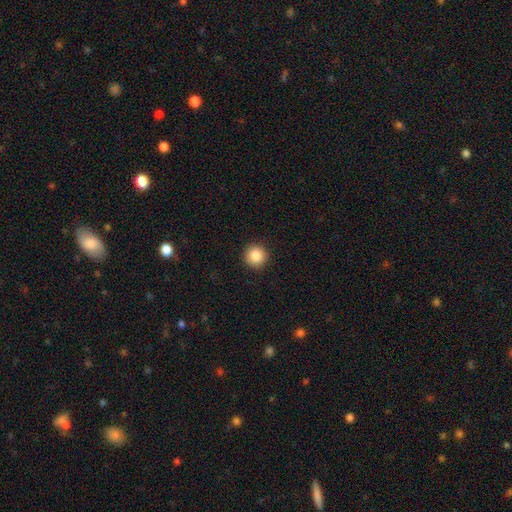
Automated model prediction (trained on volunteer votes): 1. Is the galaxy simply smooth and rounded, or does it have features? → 86% smooth, 9% star or artifact, 5% featured or disk.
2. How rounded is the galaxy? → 96% round, 3% in between, 1% cigar-shaped.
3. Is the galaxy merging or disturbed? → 93% none, 4% minor disturbance, 2% major disturbance, 1% merger.